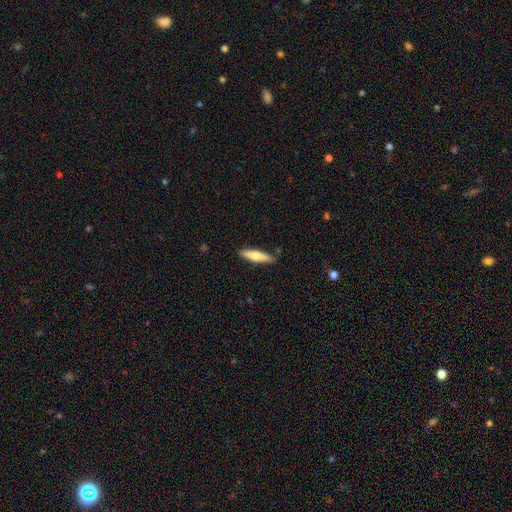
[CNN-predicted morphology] Smooth or featured?
  - smooth: 59% *
  - featured or disk: 35%
  - star or artifact: 5%
How rounded?
  - cigar-shaped: 77% *
  - in between: 21%
  - round: 2%
Merging?
  - none: 88% *
  - minor disturbance: 9%
  - major disturbance: 2%
  - merger: 1%